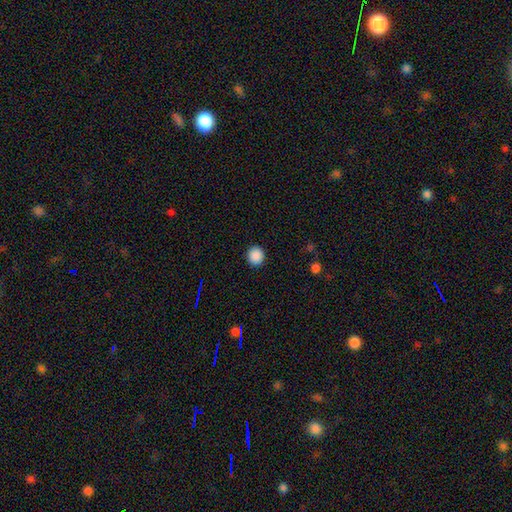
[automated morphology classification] Smooth or featured?
  - smooth: 89% *
  - star or artifact: 9%
  - featured or disk: 2%
How rounded?
  - round: 91% *
  - in between: 8%
  - cigar-shaped: 1%
Merging?
  - none: 92% *
  - minor disturbance: 5%
  - major disturbance: 2%
  - merger: 1%